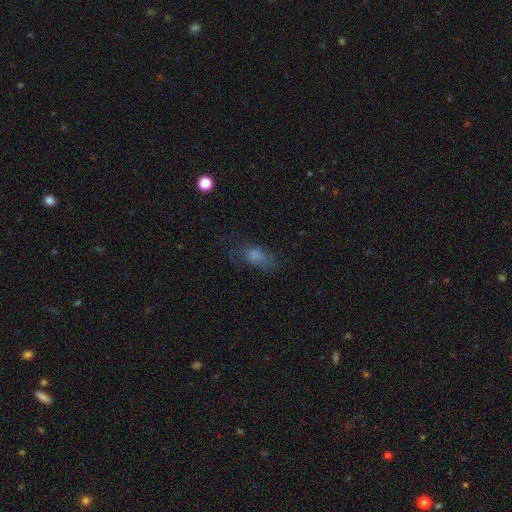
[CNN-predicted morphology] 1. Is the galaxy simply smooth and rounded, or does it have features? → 72% smooth, 15% featured or disk, 13% star or artifact.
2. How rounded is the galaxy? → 81% in between, 10% round, 9% cigar-shaped.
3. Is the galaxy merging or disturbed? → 53% none, 25% minor disturbance, 20% major disturbance, 2% merger.